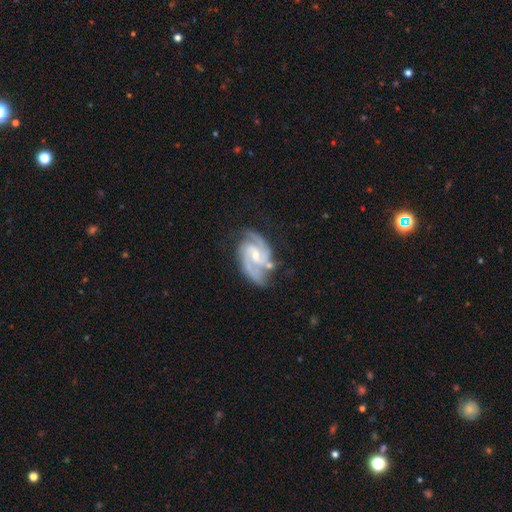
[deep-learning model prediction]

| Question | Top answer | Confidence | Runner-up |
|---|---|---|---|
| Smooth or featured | featured or disk | 92% | star or artifact (4%) |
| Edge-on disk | no | 98% | yes (2%) |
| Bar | weak | 54% | no (26%) |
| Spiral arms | yes | 98% | no (2%) |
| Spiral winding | medium | 54% | tight (38%) |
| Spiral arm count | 2 | 82% | 3 (11%) |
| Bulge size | small | 49% | moderate (45%) |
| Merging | none | 69% | minor disturbance (19%) |